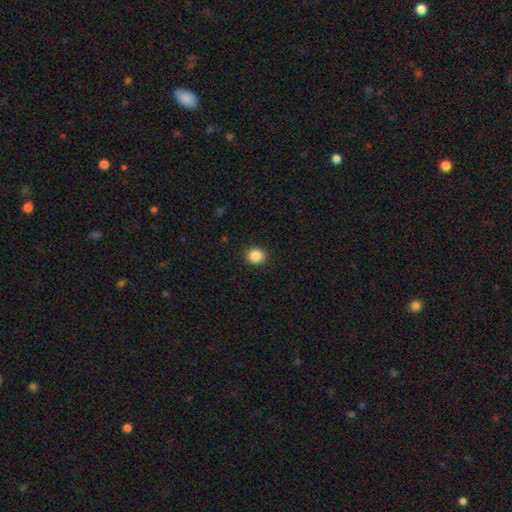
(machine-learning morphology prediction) Smooth or featured? Predicted: smooth (p=0.86). How rounded? Predicted: round (p=0.79). Merging? Predicted: none (p=0.90).